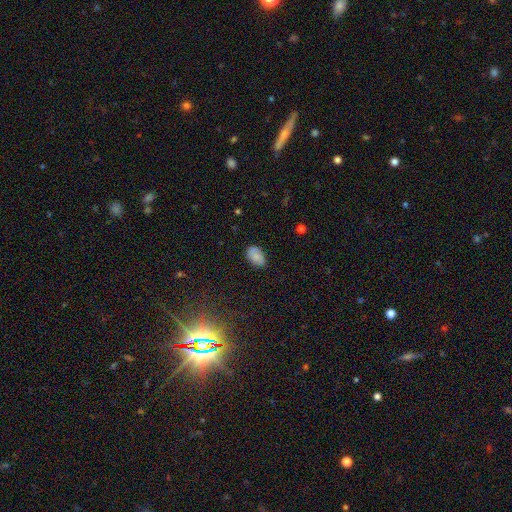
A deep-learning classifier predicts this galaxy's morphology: Overall: smooth (81%). How rounded: in between (90%). Merging: none (78%).